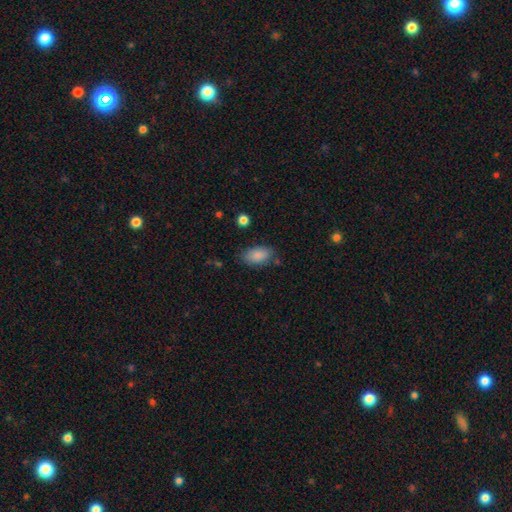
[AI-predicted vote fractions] The model was most divided on "merging": none: 78%, minor disturbance: 16%, major disturbance: 4%, merger: 2%. More confident: how rounded — in between (92%); smooth or featured — smooth (87%).